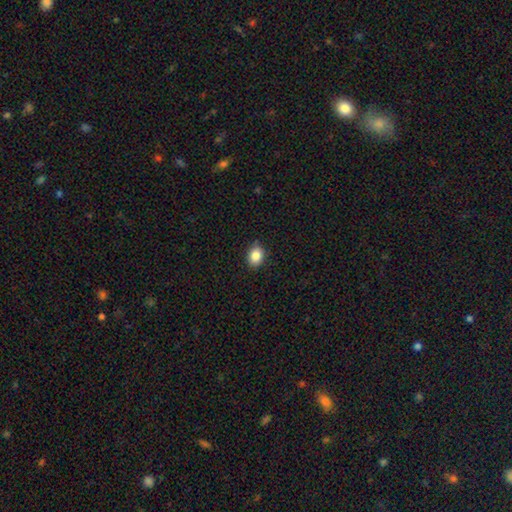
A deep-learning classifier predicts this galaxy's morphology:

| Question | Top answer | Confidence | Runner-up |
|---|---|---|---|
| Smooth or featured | smooth | 86% | star or artifact (9%) |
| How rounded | in between | 65% | round (34%) |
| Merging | none | 86% | minor disturbance (11%) |